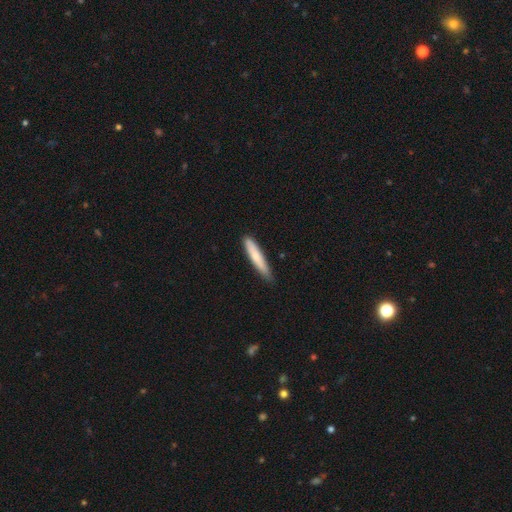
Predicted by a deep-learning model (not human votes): Morphology: type=smooth (74%); roundness=cigar-shaped (91%); merging=none (80%).